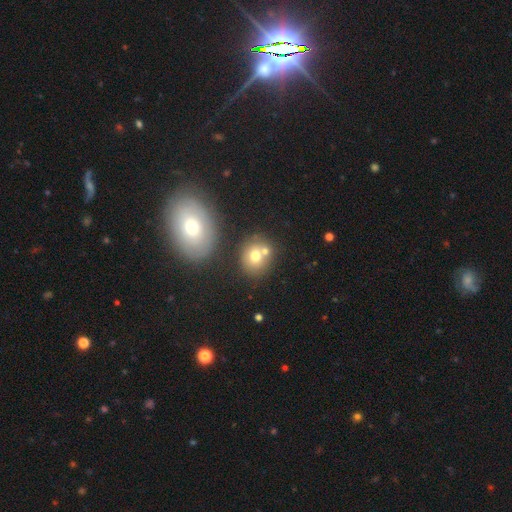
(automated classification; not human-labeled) smooth_or_featured: smooth (p=0.70) [alt: featured or disk p=0.18]
how_rounded: round (p=0.72) [alt: in between p=0.27]
merging: none (p=0.54) [alt: merger p=0.33]